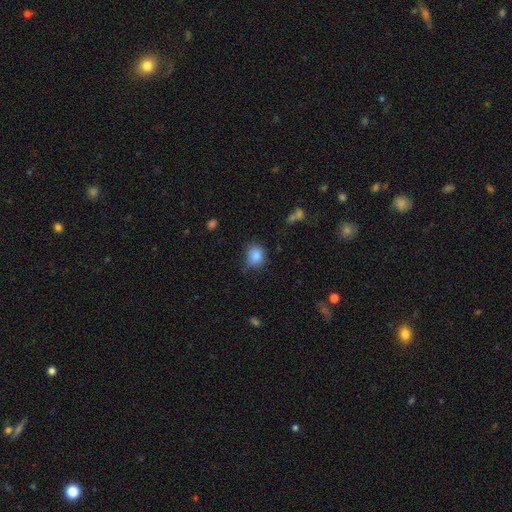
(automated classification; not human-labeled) Smooth or featured?
  - smooth: 86% *
  - star or artifact: 9%
  - featured or disk: 5%
How rounded?
  - round: 69% *
  - in between: 30%
  - cigar-shaped: 1%
Merging?
  - none: 73% *
  - minor disturbance: 20%
  - major disturbance: 5%
  - merger: 2%